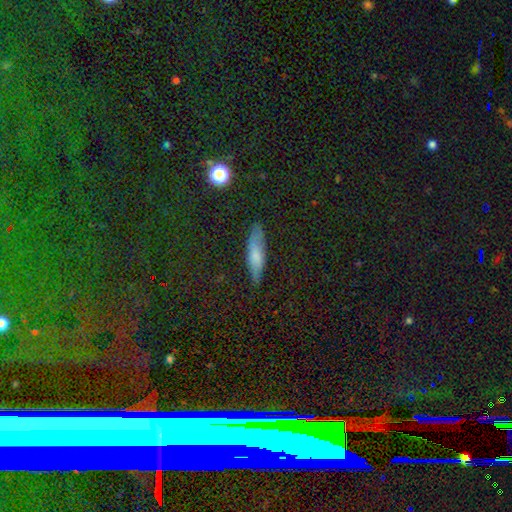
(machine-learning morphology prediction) smooth_or_featured: smooth (p=0.64) [alt: featured or disk p=0.25]
how_rounded: cigar-shaped (p=0.66) [alt: in between p=0.31]
merging: none (p=0.81) [alt: minor disturbance p=0.14]